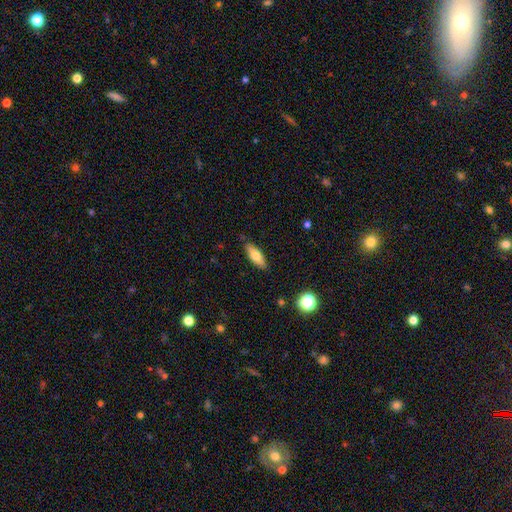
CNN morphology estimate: Smooth or featured? Predicted: smooth (p=0.71). How rounded? Predicted: in between (p=0.68). Merging? Predicted: none (p=0.84).